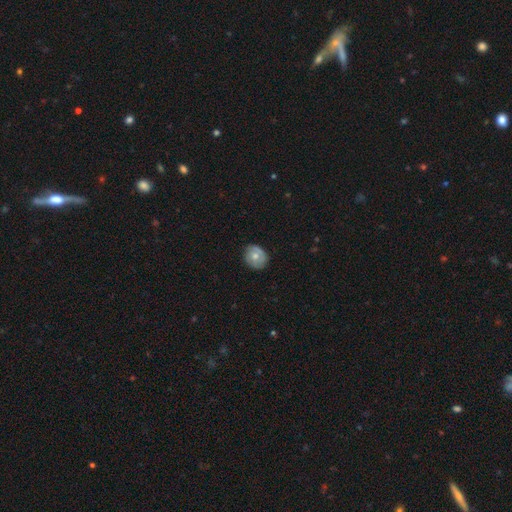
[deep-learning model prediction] Morphology: type=smooth (58%); roundness=round (70%); merging=none (79%).